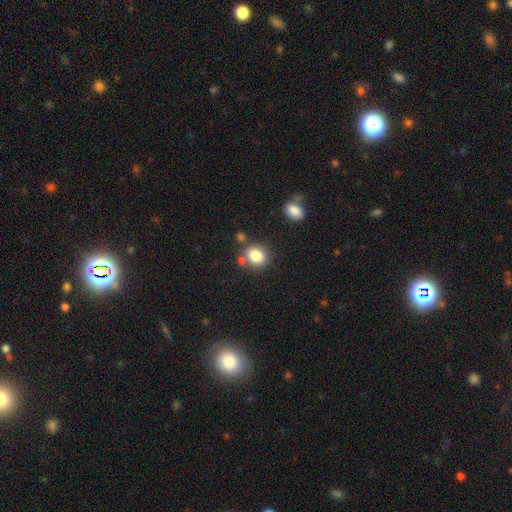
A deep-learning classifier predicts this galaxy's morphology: Smooth or featured? Predicted: smooth (p=0.82). How rounded? Predicted: round (p=0.57). Merging? Predicted: none (p=0.69).